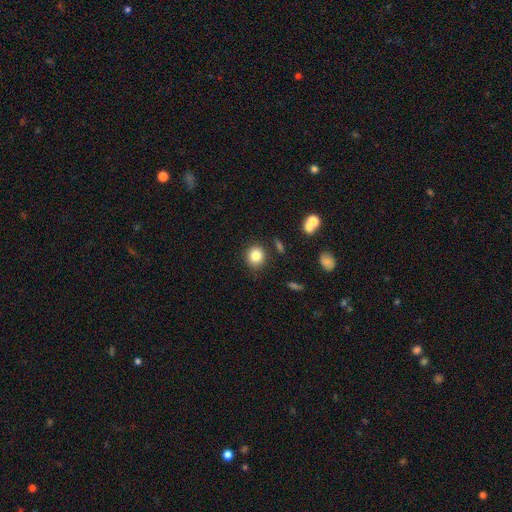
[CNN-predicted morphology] Overall: smooth (82%). How rounded: round (83%). Merging: none (85%).